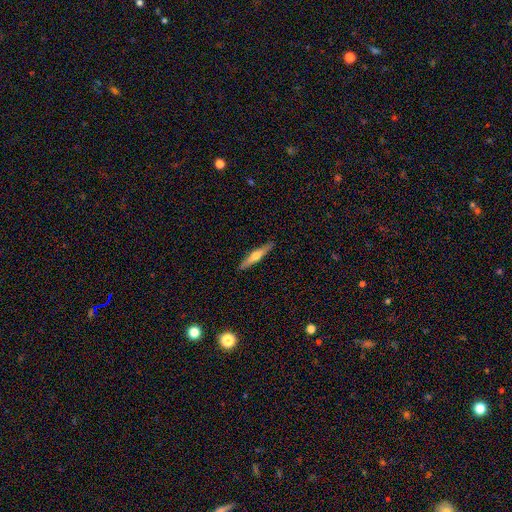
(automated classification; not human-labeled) Smooth or featured: featured or disk — 59% (smooth — 36%)
Edge-on disk: yes — 96% (no — 4%)
Edge-on bulge: rounded — 91% (none — 6%)
Merging: none — 91% (minor disturbance — 7%)